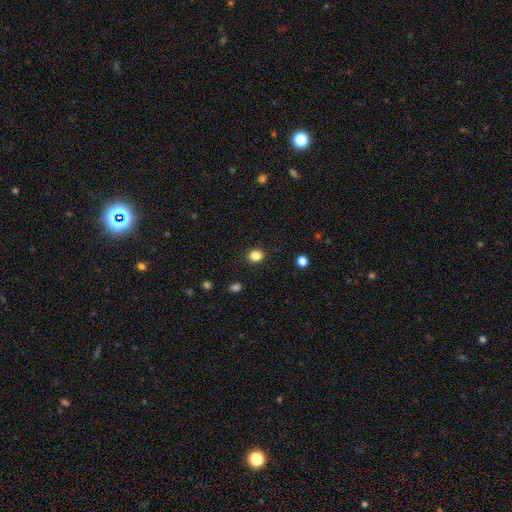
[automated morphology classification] Smooth or featured? Predicted: smooth (p=0.85). How rounded? Predicted: round (p=0.59). Merging? Predicted: none (p=0.90).